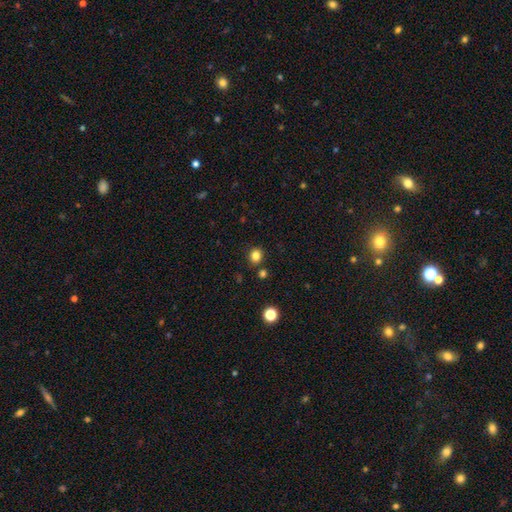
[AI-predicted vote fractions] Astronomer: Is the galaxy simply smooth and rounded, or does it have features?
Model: smooth — 83%.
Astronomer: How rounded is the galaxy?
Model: round — 80%.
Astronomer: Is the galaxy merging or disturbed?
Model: none — 86%.